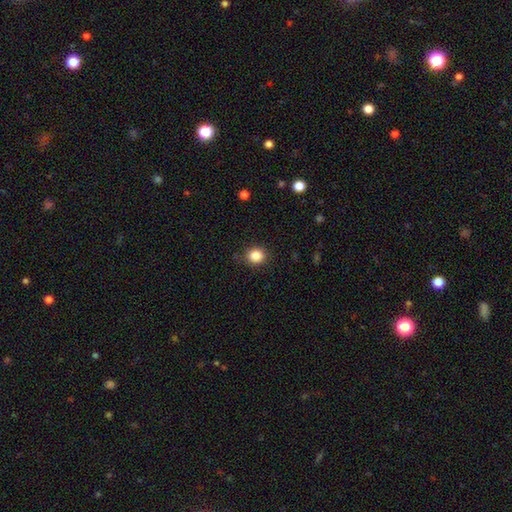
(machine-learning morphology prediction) Smooth or featured? Predicted: smooth (p=0.85). How rounded? Predicted: round (p=0.80). Merging? Predicted: none (p=0.87).